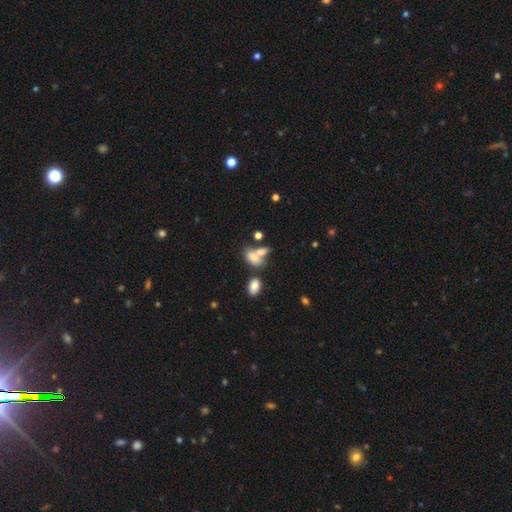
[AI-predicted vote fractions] Smooth or featured? Predicted: smooth (p=0.73). How rounded? Predicted: in between (p=0.84). Merging? Predicted: merger (p=0.50).